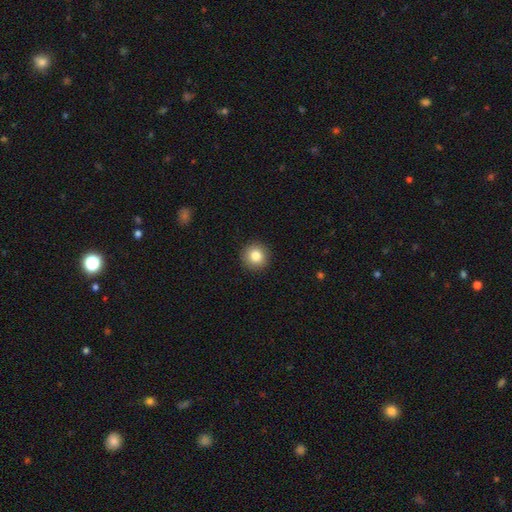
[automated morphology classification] smooth_or_featured: smooth (p=0.83) [alt: star or artifact p=0.10]
how_rounded: round (p=0.95) [alt: in between p=0.05]
merging: none (p=0.92) [alt: minor disturbance p=0.05]